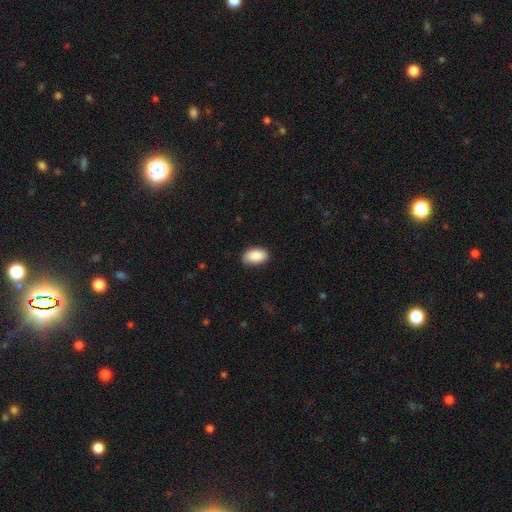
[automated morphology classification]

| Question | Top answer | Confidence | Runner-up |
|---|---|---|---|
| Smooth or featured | smooth | 89% | star or artifact (6%) |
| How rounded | in between | 94% | round (5%) |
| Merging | none | 85% | minor disturbance (12%) |